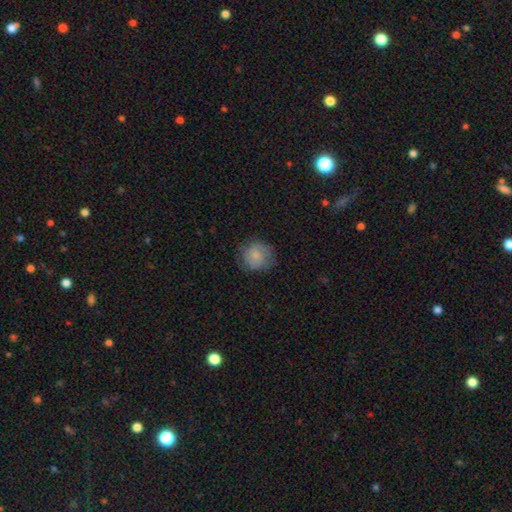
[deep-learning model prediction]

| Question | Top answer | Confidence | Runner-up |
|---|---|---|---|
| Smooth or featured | smooth | 71% | featured or disk (22%) |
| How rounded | round | 87% | in between (12%) |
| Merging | none | 73% | minor disturbance (19%) |